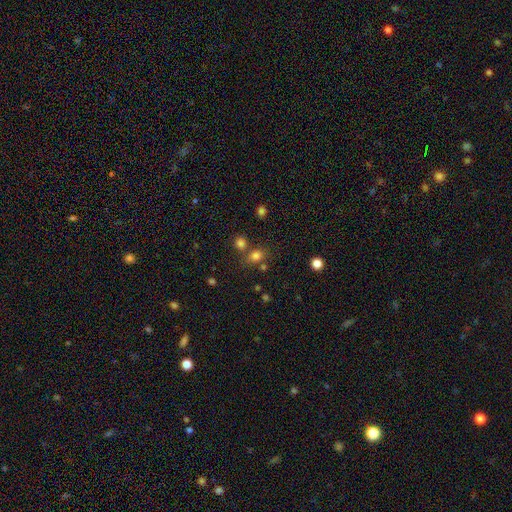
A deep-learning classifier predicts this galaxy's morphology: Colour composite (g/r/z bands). It shows a smooth galaxy with no disk features (77%) that is round (58%). Merging: none (64%).